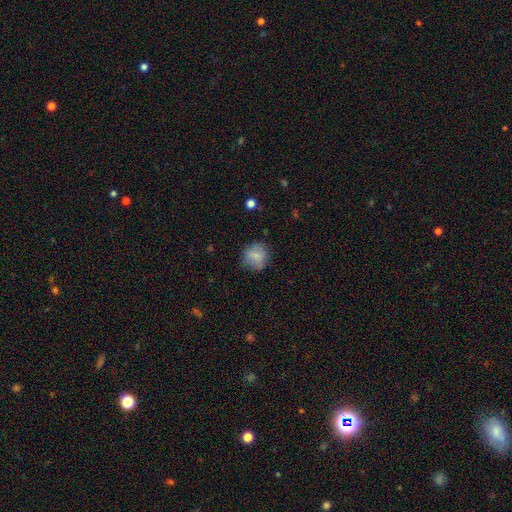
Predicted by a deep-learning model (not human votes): smooth_or_featured: smooth (p=0.79) [alt: featured or disk p=0.12]
how_rounded: round (p=0.80) [alt: in between p=0.18]
merging: none (p=0.75) [alt: minor disturbance p=0.18]